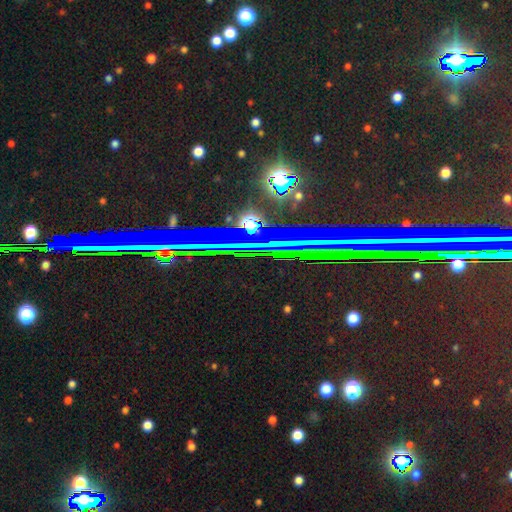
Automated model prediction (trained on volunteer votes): Overall: star or artifact (77%).